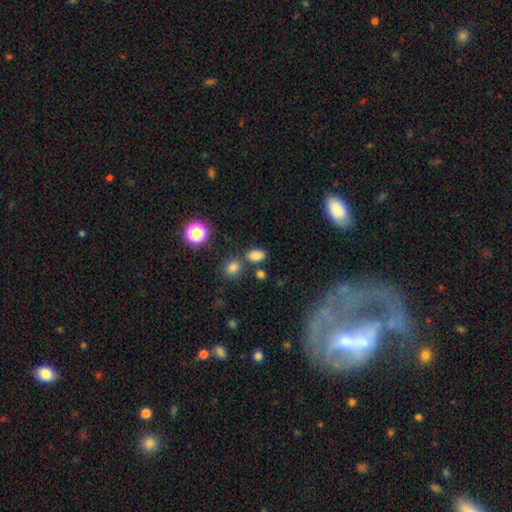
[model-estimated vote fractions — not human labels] Smooth or featured: smooth — 80% (star or artifact — 14%)
How rounded: in between — 84% (round — 14%)
Merging: none — 71% (merger — 13%)